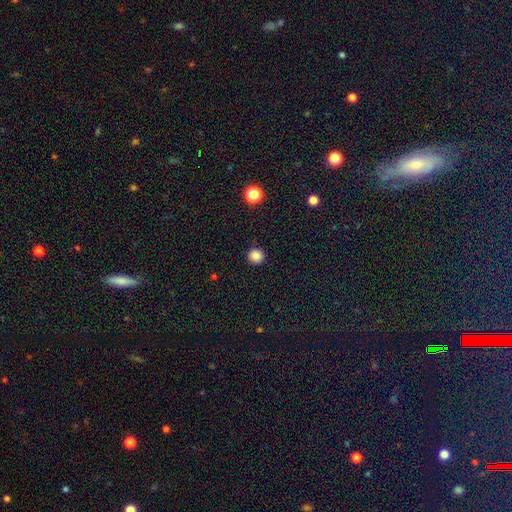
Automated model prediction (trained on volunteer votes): Smooth or featured? Predicted: smooth (p=0.85). How rounded? Predicted: round (p=0.92). Merging? Predicted: none (p=0.91).